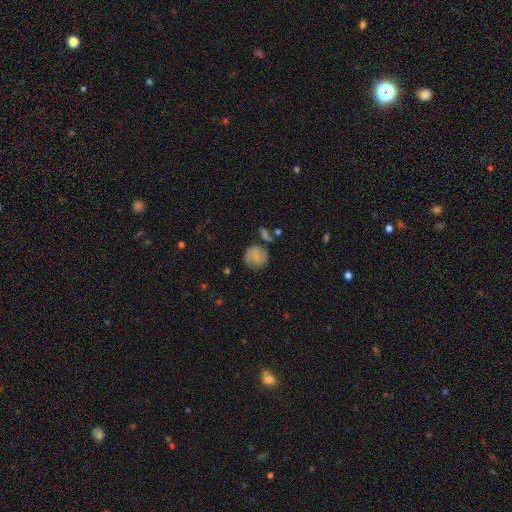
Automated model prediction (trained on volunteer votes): Morphology: type=smooth (54%); roundness=round (80%); merging=none (59%).